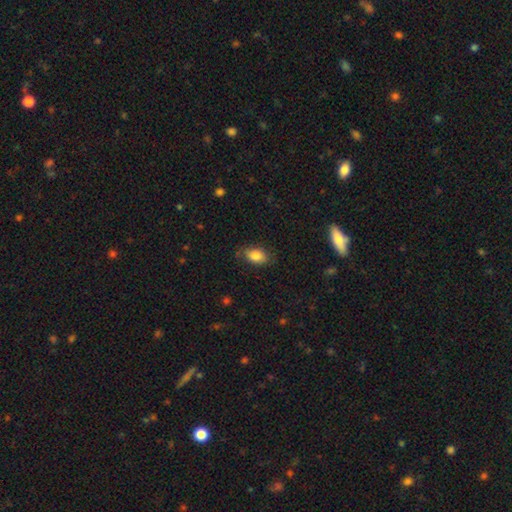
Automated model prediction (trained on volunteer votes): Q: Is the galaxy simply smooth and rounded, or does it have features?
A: smooth — 83%.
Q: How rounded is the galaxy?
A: in between — 87%.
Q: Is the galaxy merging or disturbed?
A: none — 76%.